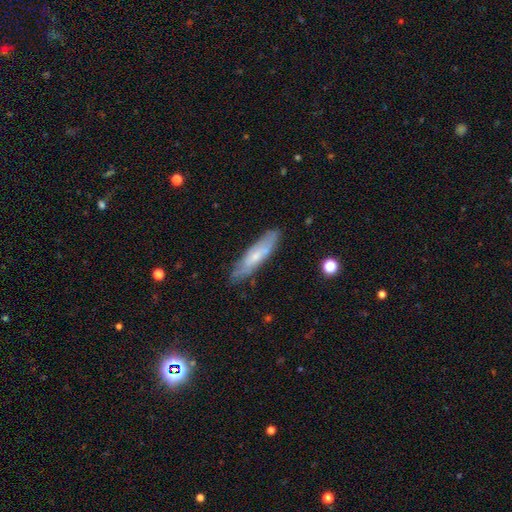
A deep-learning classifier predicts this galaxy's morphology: Smooth or featured: smooth — 49% (featured or disk — 43%)
Merging: none — 81% (minor disturbance — 15%)